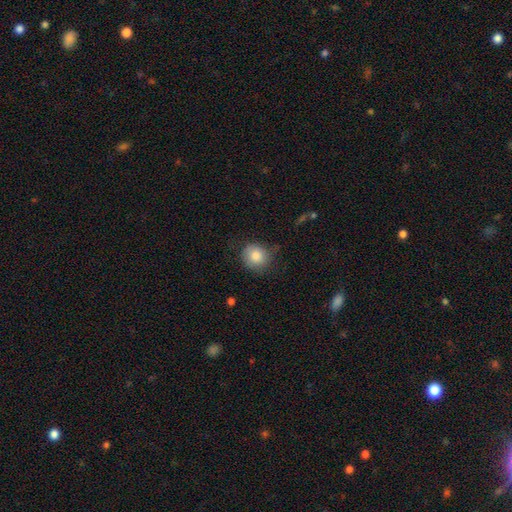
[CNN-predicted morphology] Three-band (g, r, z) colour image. It shows a smooth galaxy with no disk features (83%) that is round (86%). Merging: none (69%).